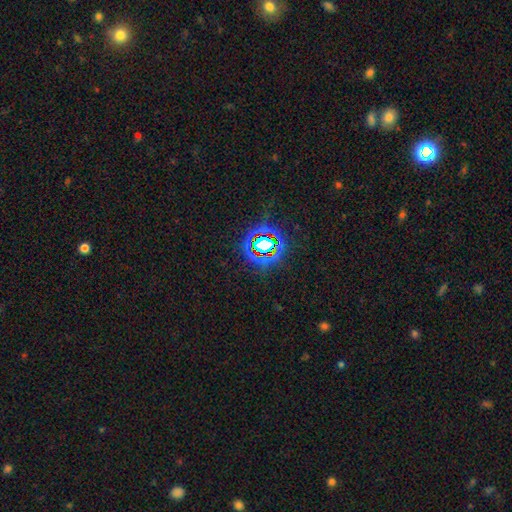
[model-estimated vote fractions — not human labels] Morphology: type=star or artifact (73%).